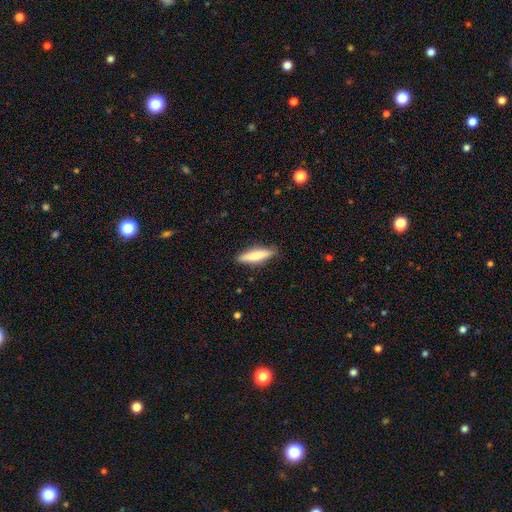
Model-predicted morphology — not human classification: Smooth or featured? smooth (71%)
How rounded? cigar-shaped (74%)
Merging? none (87%)